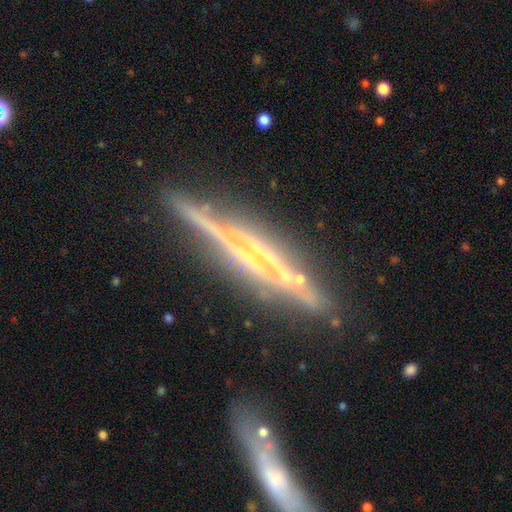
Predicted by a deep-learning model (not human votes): This appears to be a featured or disk galaxy (85%) viewed edge-on (96%) with a rounded central bulge (50%). Merging: none (80%).